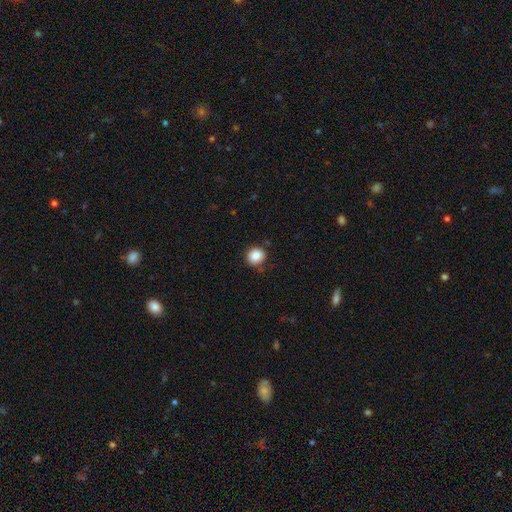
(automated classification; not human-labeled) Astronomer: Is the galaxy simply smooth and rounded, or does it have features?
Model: smooth — 86%.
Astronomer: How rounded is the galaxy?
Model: round — 86%.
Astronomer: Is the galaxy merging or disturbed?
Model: none — 82%.